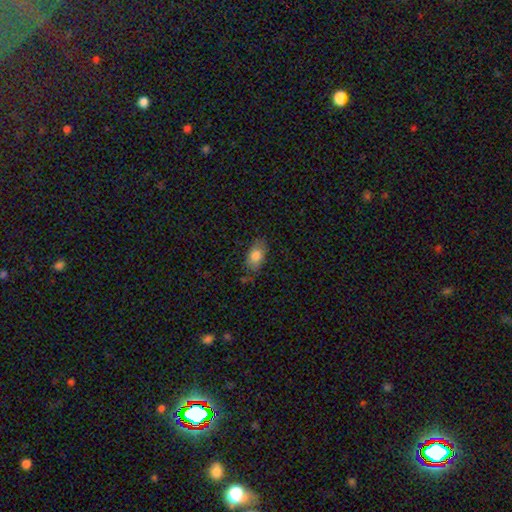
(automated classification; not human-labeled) Smooth or featured?
  - smooth: 82% *
  - featured or disk: 11%
  - star or artifact: 7%
How rounded?
  - in between: 90% *
  - round: 6%
  - cigar-shaped: 4%
Merging?
  - none: 76% *
  - minor disturbance: 17%
  - major disturbance: 4%
  - merger: 2%